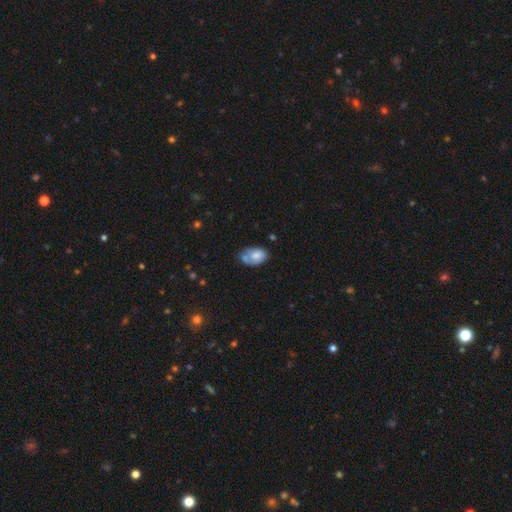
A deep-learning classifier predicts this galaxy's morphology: This appears to be a smooth galaxy with no disk features (70%) that is in between round and cigar-shaped (86%). Merging: none (36%).